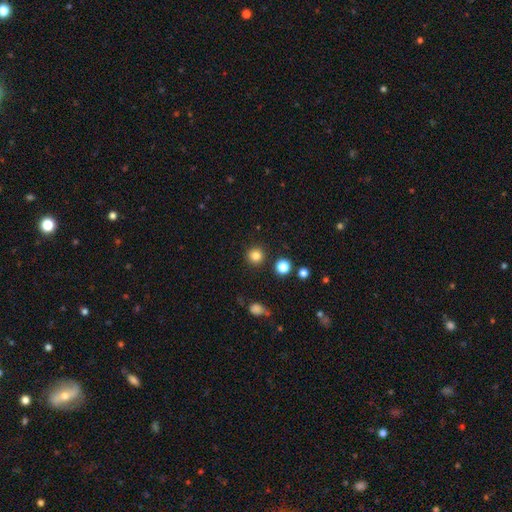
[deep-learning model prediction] Smooth or featured? smooth (83%)
How rounded? round (94%)
Merging? none (90%)